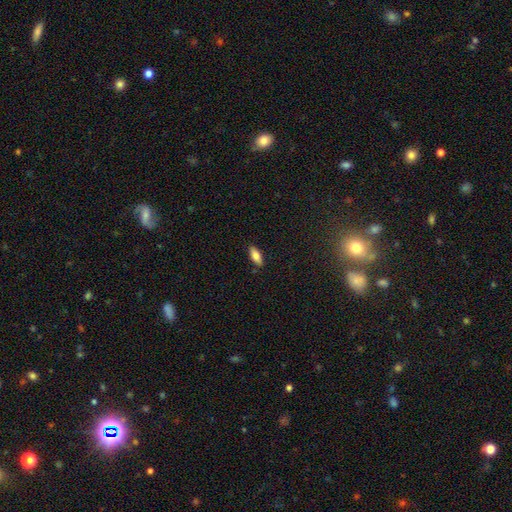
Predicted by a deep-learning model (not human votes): Smooth or featured? Predicted: smooth (p=0.77). How rounded? Predicted: in between (p=0.79). Merging? Predicted: none (p=0.88).